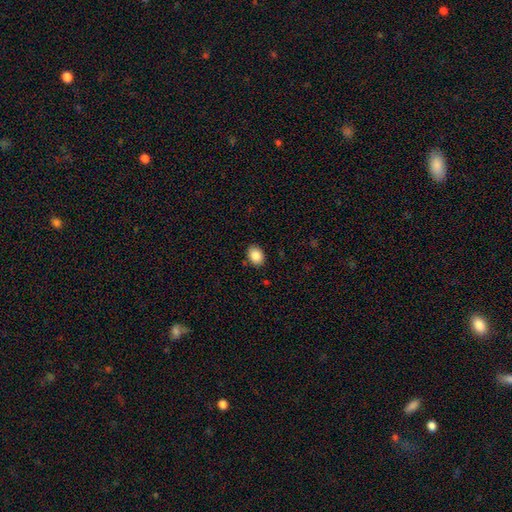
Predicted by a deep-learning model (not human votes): The model was most divided on "how rounded": in between: 67%, round: 32%, cigar-shaped: 1%. More confident: merging — none (88%); smooth or featured — smooth (87%).